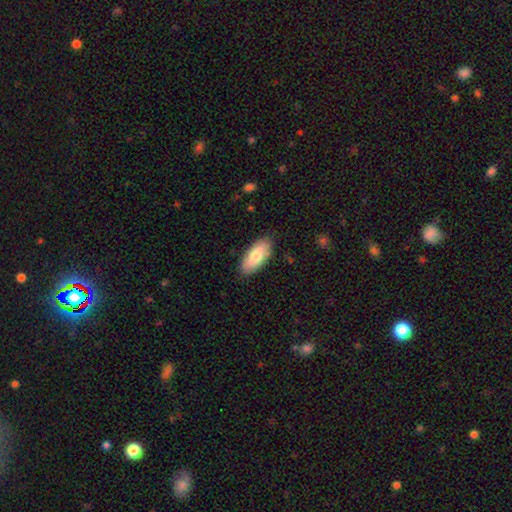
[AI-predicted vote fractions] Smooth or featured? smooth (75%)
How rounded? in between (87%)
Merging? none (85%)